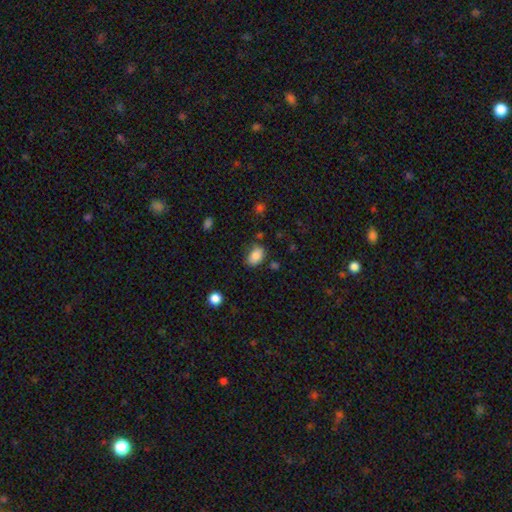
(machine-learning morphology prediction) Q: Smooth or featured?
A: smooth (85%); runner-up: star or artifact (9%)
Q: How rounded?
A: in between (83%); runner-up: round (15%)
Q: Merging?
A: none (72%); runner-up: minor disturbance (20%)